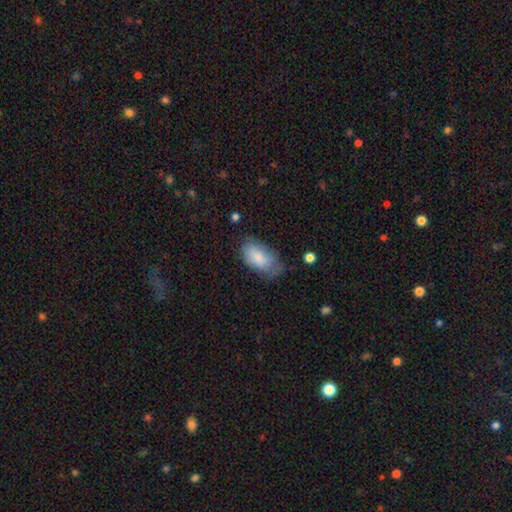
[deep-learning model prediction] smooth-or-featured: smooth: 82% | featured or disk: 11% | star or artifact: 7%
  how-rounded: in between: 93% | round: 4% | cigar-shaped: 3%
  merging: none: 56% | minor disturbance: 33% | major disturbance: 9% | merger: 2%